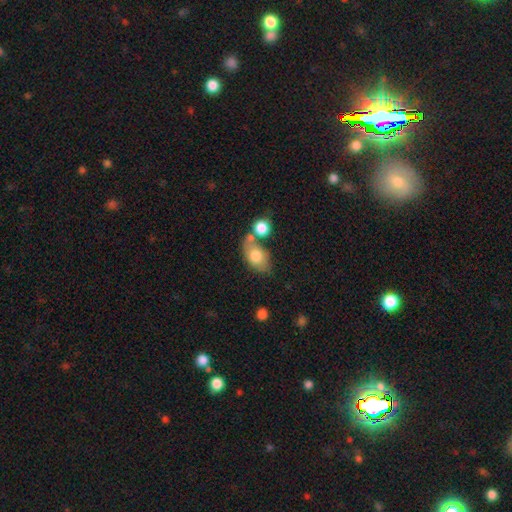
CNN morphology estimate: Overall: smooth (73%). How rounded: in between (84%). Merging: none (43%; merger 32%).